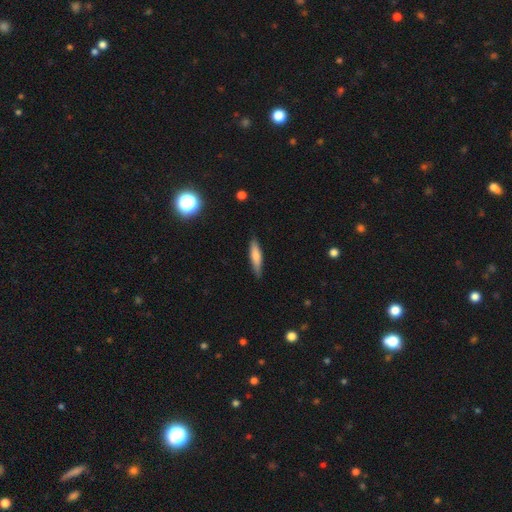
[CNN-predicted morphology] A smooth galaxy with no disk features (70%) that is cigar-shaped (80%).

Vote fractions:
- Smooth or featured? smooth: 70% / featured or disk: 24% / star or artifact: 6%
- How rounded? cigar-shaped: 80% / in between: 18% / round: 2%
- Merging? none: 85% / minor disturbance: 12% / major disturbance: 2% / merger: 1%